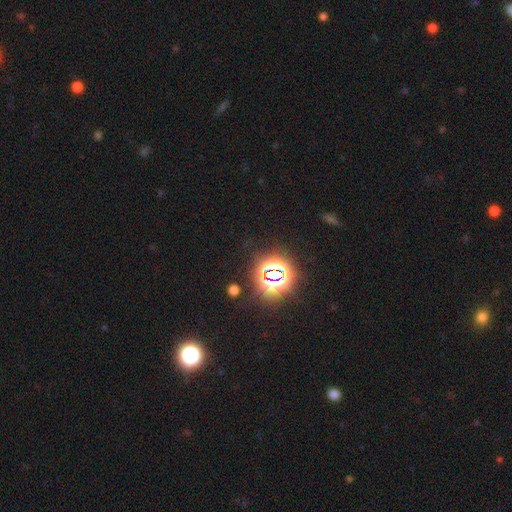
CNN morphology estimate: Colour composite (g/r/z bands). It shows a star or artifact, not a galaxy (80%).